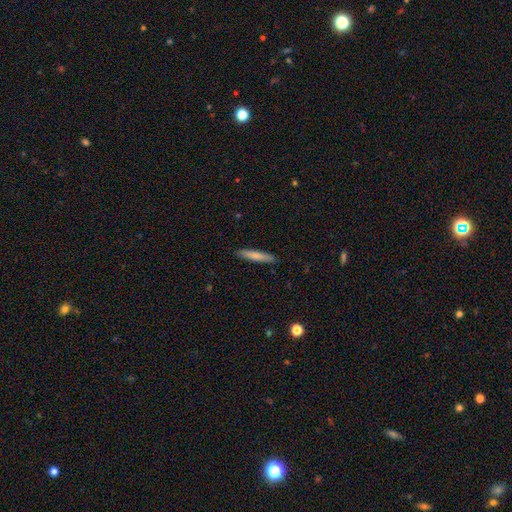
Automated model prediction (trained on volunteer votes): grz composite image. It shows a smooth galaxy with no disk features (77%) that is cigar-shaped (91%). Merging: none (90%).